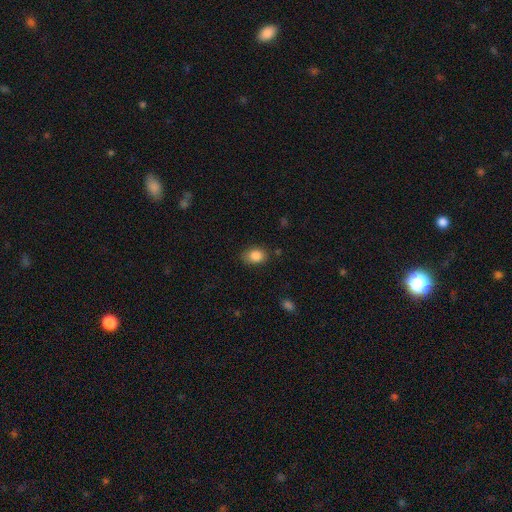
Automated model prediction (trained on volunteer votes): This is clearly a smooth galaxy (86%). How rounded: likely in between (70%). Merging: clearly none (80%).